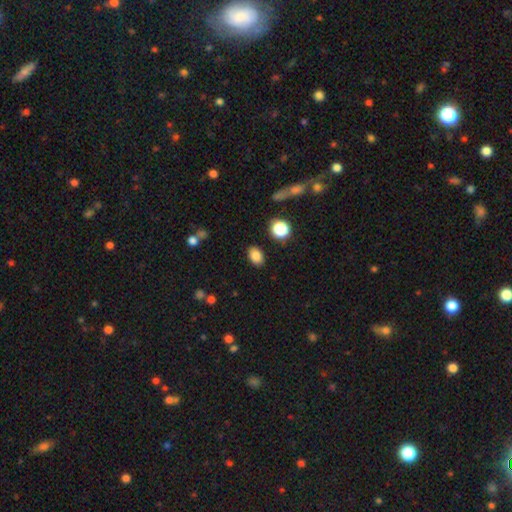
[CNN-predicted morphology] This is clearly a smooth galaxy (85%). How rounded: clearly in between (81%). Merging: clearly none (86%).